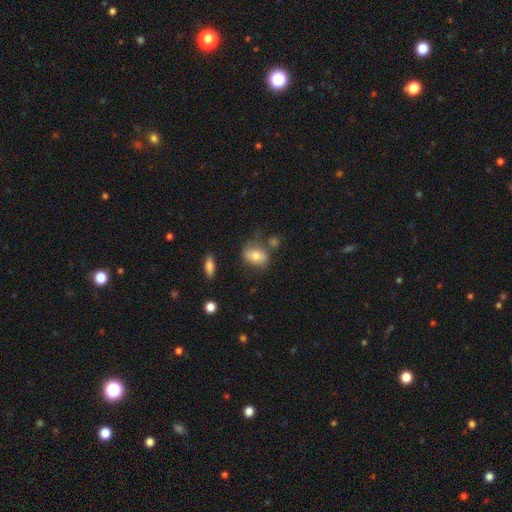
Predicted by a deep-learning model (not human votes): Overall: smooth (70%). How rounded: in between (79%). Merging: none (59%; minor disturbance 23%).